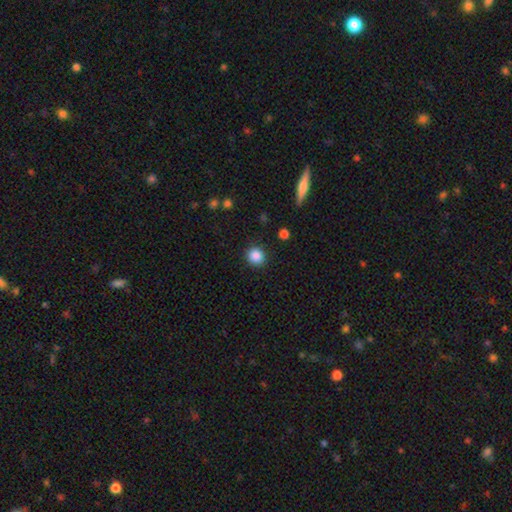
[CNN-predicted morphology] A smooth galaxy with no disk features (87%) that is round (90%). Merging: none (90%).